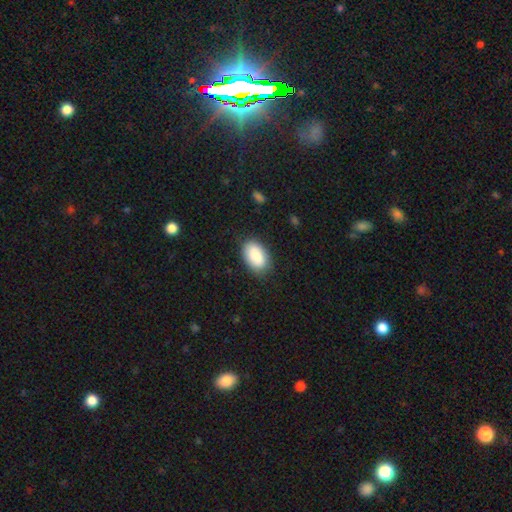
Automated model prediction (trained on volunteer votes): Smooth or featured?
  - smooth: 88% *
  - star or artifact: 6%
  - featured or disk: 6%
How rounded?
  - in between: 93% *
  - round: 6%
  - cigar-shaped: 1%
Merging?
  - none: 83% *
  - minor disturbance: 13%
  - major disturbance: 3%
  - merger: 1%